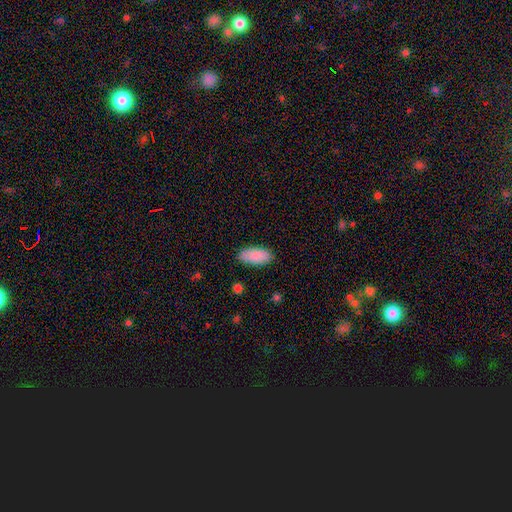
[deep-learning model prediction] Overall: smooth (90%). How rounded: in between (90%). Merging: none (85%).